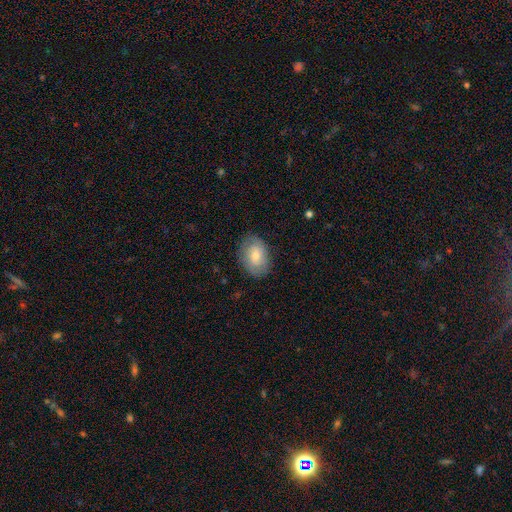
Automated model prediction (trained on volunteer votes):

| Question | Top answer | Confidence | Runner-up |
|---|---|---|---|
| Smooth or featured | smooth | 69% | featured or disk (25%) |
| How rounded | in between | 79% | round (20%) |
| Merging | none | 80% | minor disturbance (15%) |